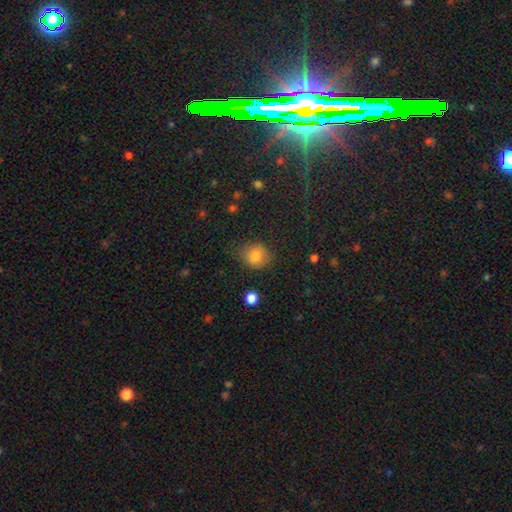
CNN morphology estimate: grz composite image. It shows a smooth galaxy with no disk features (82%) that is round (79%). Merging: none (75%).